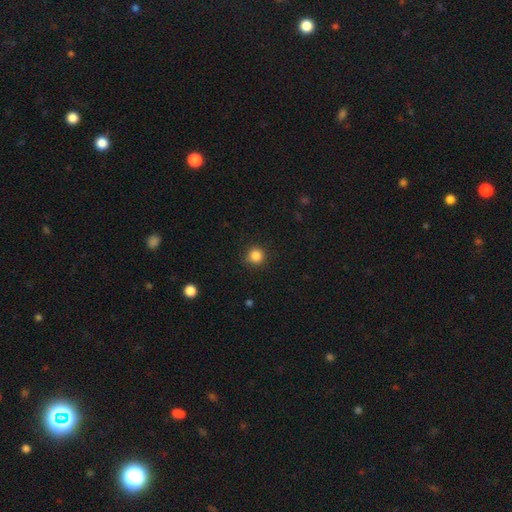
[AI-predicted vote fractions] Smooth or featured?
  - smooth: 86% *
  - star or artifact: 11%
  - featured or disk: 3%
How rounded?
  - round: 93% *
  - in between: 6%
  - cigar-shaped: 1%
Merging?
  - none: 86% *
  - minor disturbance: 10%
  - major disturbance: 3%
  - merger: 1%